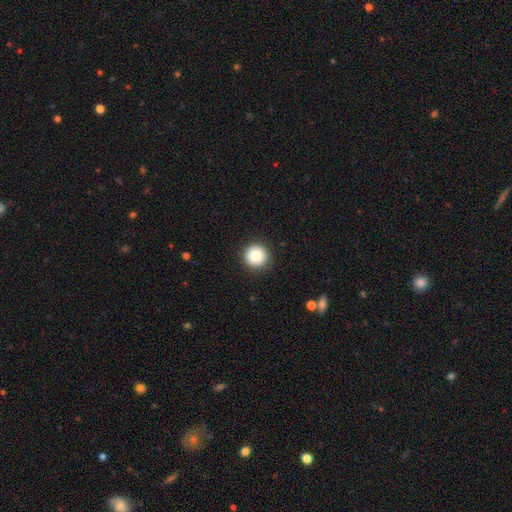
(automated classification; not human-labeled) The model was most divided on "smooth or featured": smooth: 87%, star or artifact: 9%, featured or disk: 5%. More confident: how rounded — round (95%); merging — none (91%).